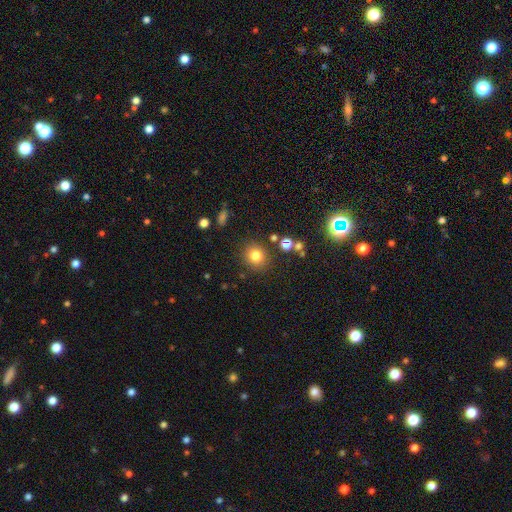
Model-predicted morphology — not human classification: type=smooth (80%); roundness=round (85%); merging=none (85%).